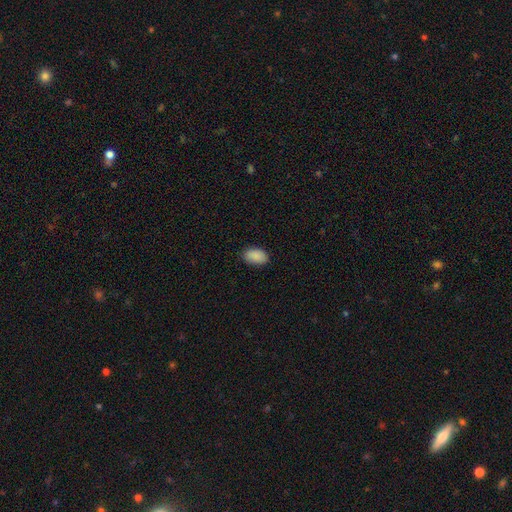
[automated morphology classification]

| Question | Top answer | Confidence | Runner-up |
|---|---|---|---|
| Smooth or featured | smooth | 90% | star or artifact (7%) |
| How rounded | in between | 93% | round (5%) |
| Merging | none | 87% | minor disturbance (10%) |